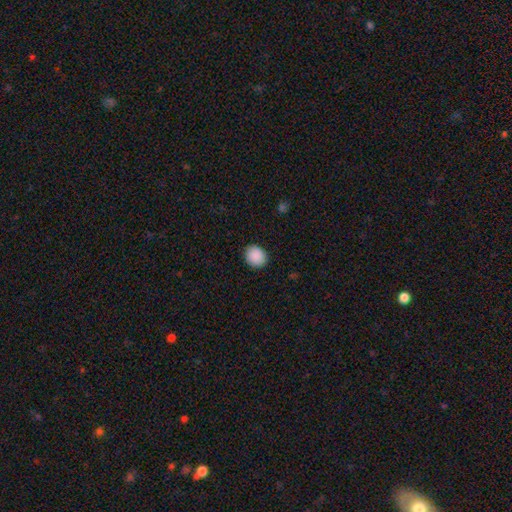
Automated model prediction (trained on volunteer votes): smooth 90%, star or artifact 7%, featured or disk 3%. Down the decision tree: how rounded — round (75%); merging — none (90%).